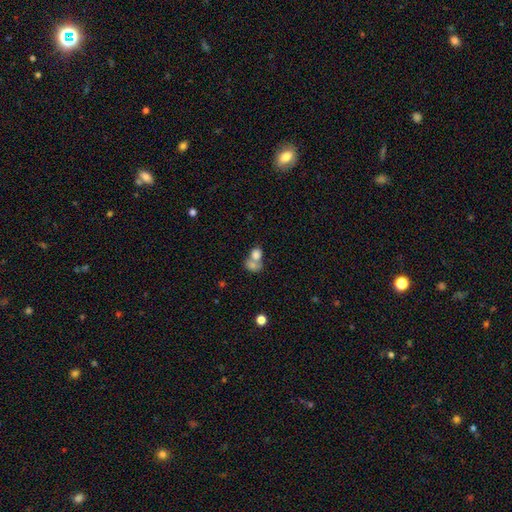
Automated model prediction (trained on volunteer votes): Smooth or featured: smooth — 75% (featured or disk — 15%)
How rounded: in between — 55% (round — 44%)
Merging: merger — 65% (none — 22%)